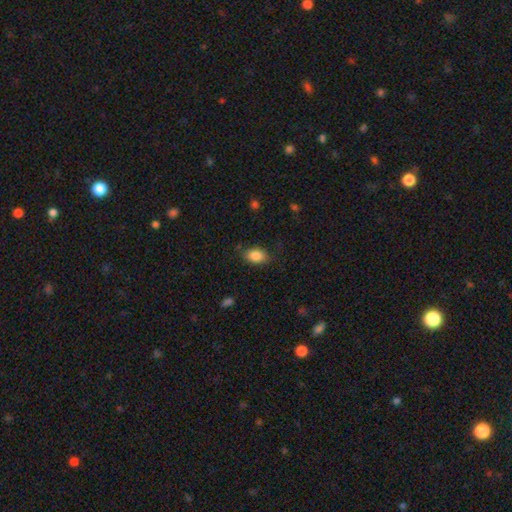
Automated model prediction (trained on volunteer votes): A smooth galaxy with no disk features (85%) that is in between round and cigar-shaped (85%). Merging: none (78%).